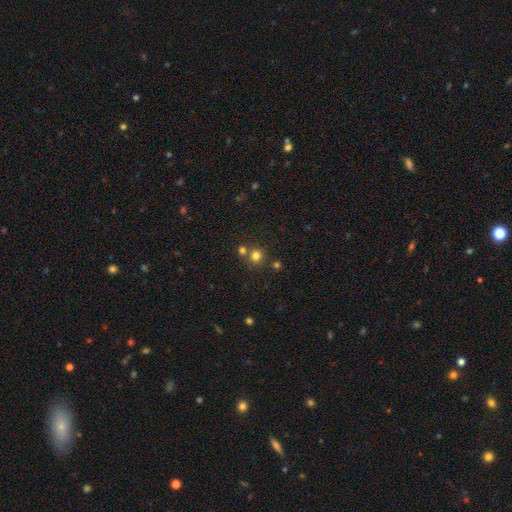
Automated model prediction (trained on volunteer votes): This appears to be a smooth galaxy with no disk features (76%) that is round (91%). Merging: none (70%).